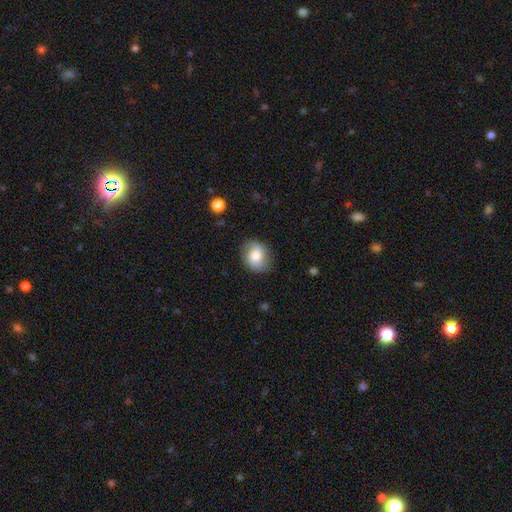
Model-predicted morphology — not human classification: Smooth or featured? Predicted: smooth (p=0.55). How rounded? Predicted: round (p=0.54). Merging? Predicted: none (p=0.80).